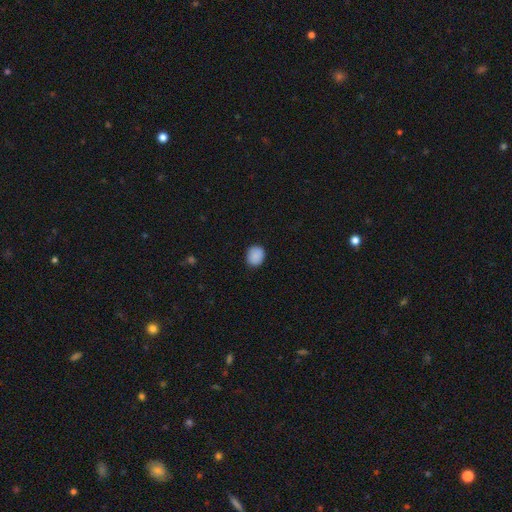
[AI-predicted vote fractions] Smooth or featured?
  - smooth: 89% *
  - star or artifact: 8%
  - featured or disk: 3%
How rounded?
  - round: 69% *
  - in between: 30%
  - cigar-shaped: 1%
Merging?
  - none: 88% *
  - minor disturbance: 9%
  - major disturbance: 2%
  - merger: 1%